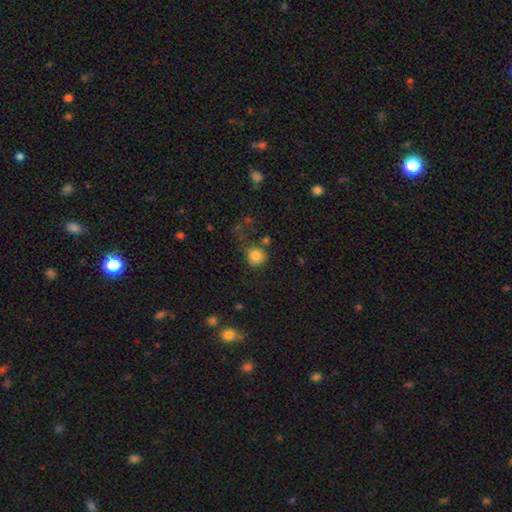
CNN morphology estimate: smooth 83%, star or artifact 10%, featured or disk 7%. Down the decision tree: how rounded — round (86%); merging — none (56%).